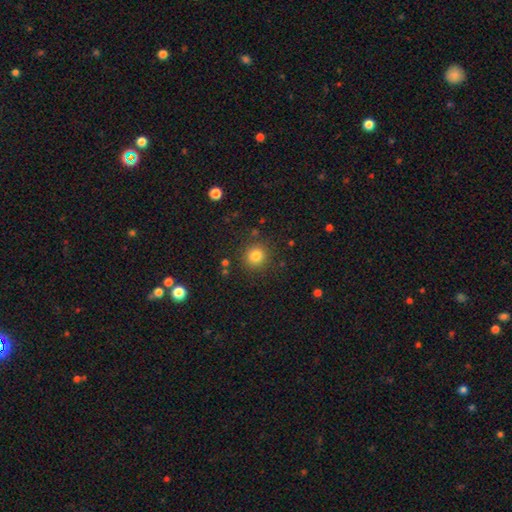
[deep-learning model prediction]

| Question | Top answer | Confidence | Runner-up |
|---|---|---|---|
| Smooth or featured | smooth | 82% | star or artifact (12%) |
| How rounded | round | 91% | in between (8%) |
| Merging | none | 87% | minor disturbance (8%) |